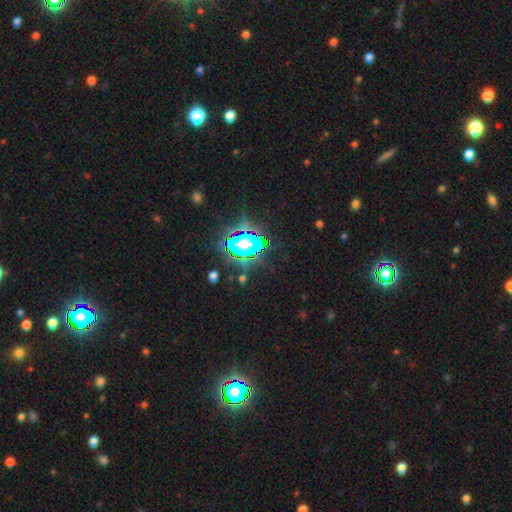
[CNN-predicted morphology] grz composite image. It shows a star or artifact, not a galaxy (73%).